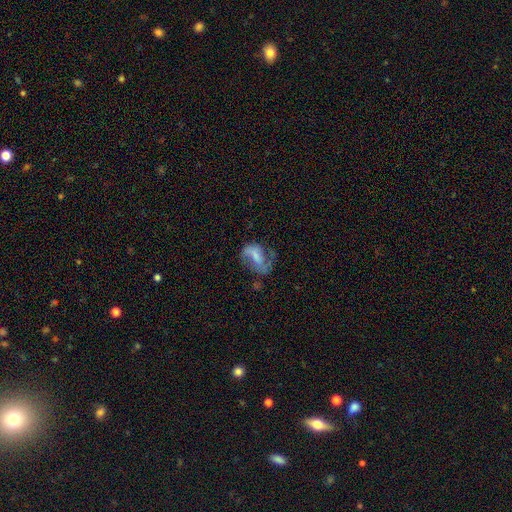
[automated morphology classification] The model was most divided on "bulge size": moderate: 30%, small: 29%, none: 27%, large: 11%, dominant: 2%. Remaining: edge-on disk — no (97%); spiral arms — yes (77%); smooth or featured — featured or disk (61%); bar — weak (45%); merging — none (41%).